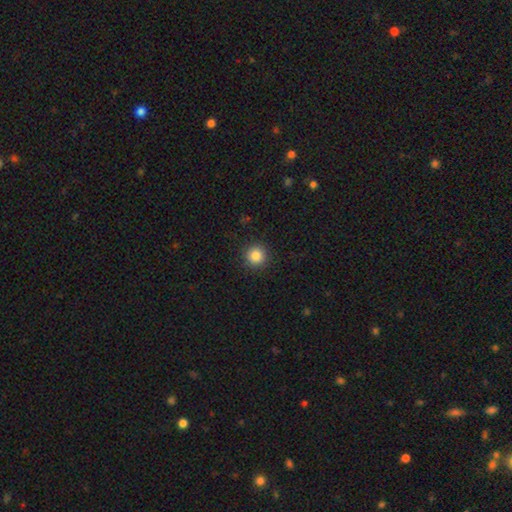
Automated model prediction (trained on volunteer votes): Smooth or featured? Predicted: smooth (p=0.85). How rounded? Predicted: round (p=0.95). Merging? Predicted: none (p=0.91).